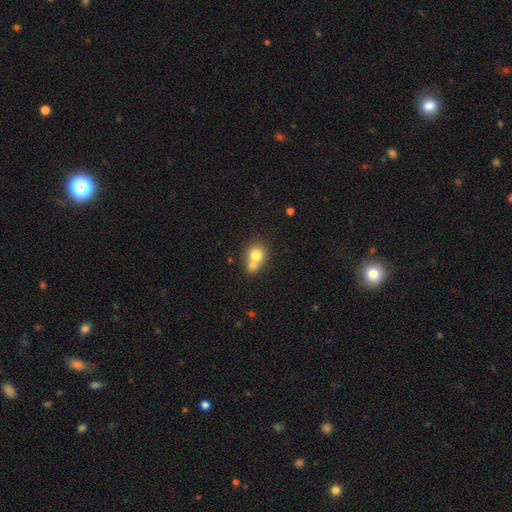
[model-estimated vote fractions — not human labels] Morphology: type=smooth (75%); roundness=round (73%); merging=merger (56%).